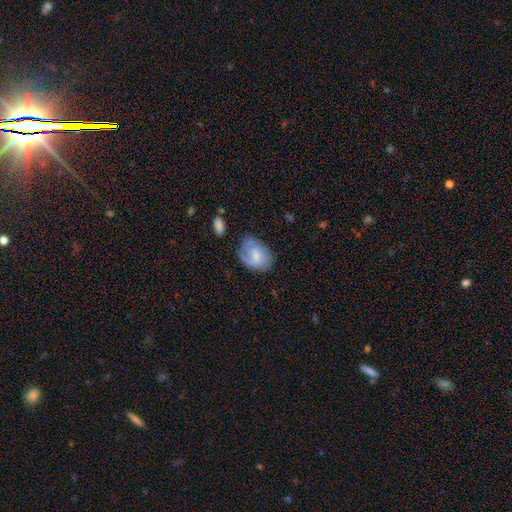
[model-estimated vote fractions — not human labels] This is possibly a smooth galaxy (53%). How rounded: likely in between (73%). Merging: possibly none (52%).